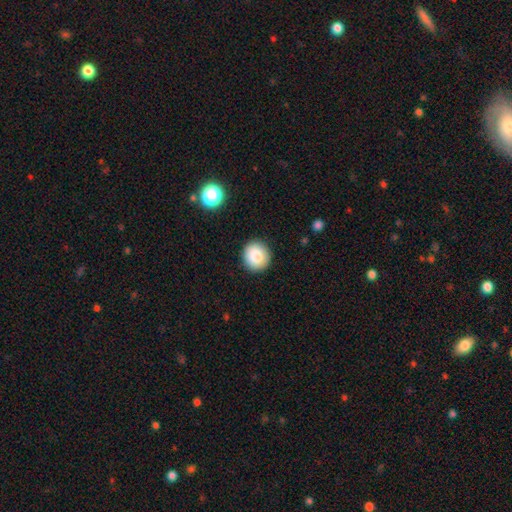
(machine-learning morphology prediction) smooth_or_featured: smooth (p=0.86) [alt: star or artifact p=0.09]
how_rounded: round (p=0.92) [alt: in between p=0.07]
merging: none (p=0.91) [alt: minor disturbance p=0.06]